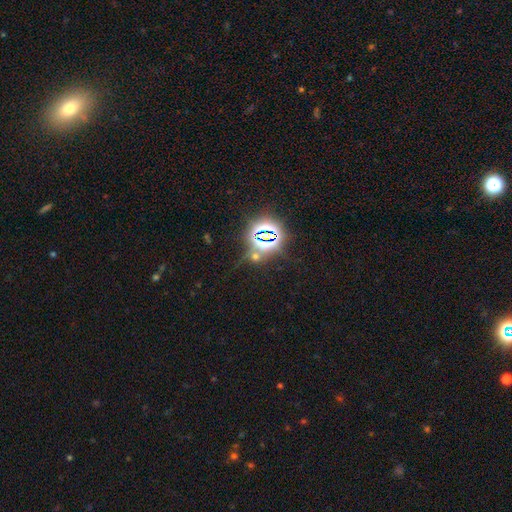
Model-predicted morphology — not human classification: A star or artifact, not a galaxy (75%).